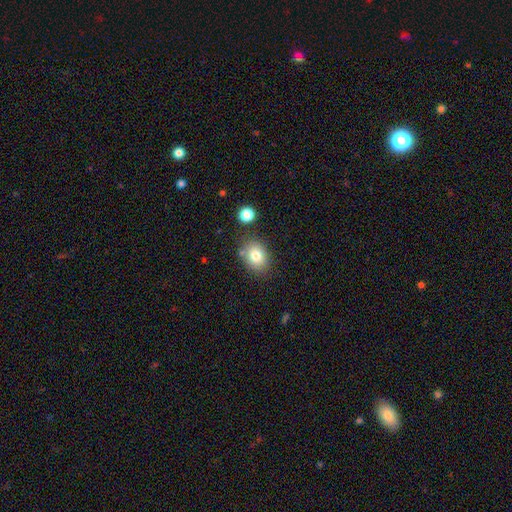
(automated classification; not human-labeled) Smooth or featured? Predicted: smooth (p=0.81). How rounded? Predicted: in between (p=0.57). Merging? Predicted: none (p=0.74).